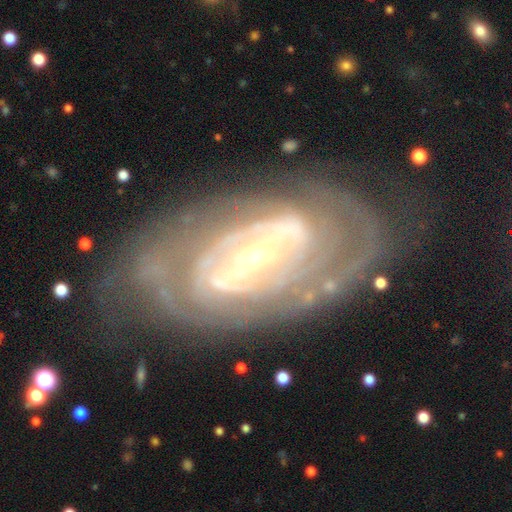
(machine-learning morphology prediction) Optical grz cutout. It shows a featured or disk galaxy (84%) with a strong bar (34%), tight (69%) spiral arms (82%) and a small central bulge (72%). Merging: none (68%).